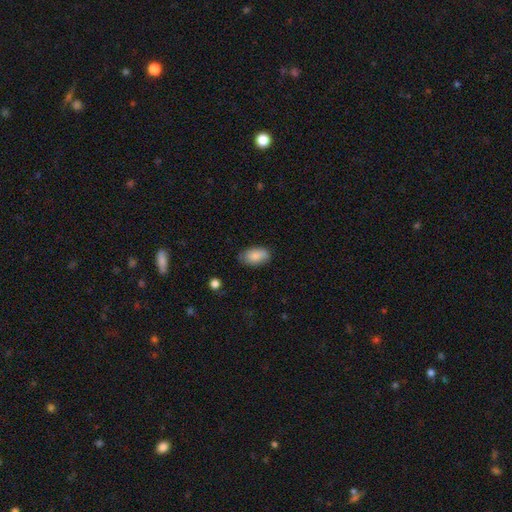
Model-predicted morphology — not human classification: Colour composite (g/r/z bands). It shows a smooth galaxy with no disk features (84%) that is in between round and cigar-shaped (93%). Merging: none (77%).